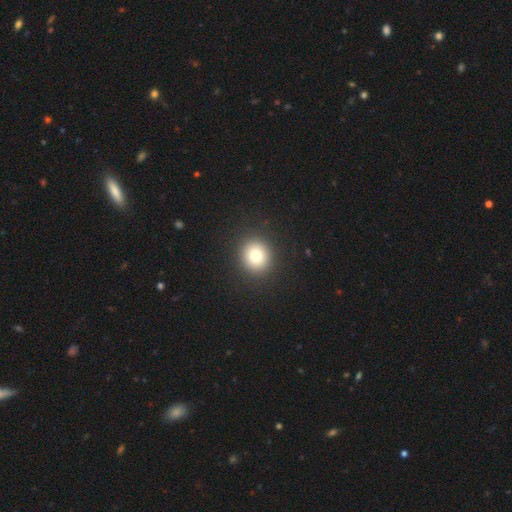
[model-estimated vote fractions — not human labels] Morphology: type=smooth (79%); roundness=round (85%); merging=none (91%).